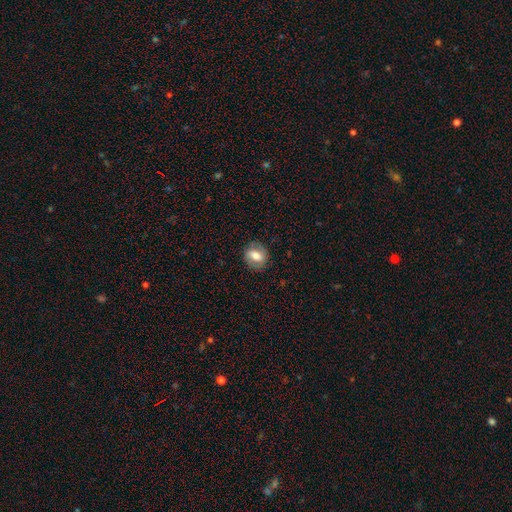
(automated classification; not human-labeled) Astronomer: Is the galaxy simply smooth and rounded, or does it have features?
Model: smooth — 55% (runner-up: featured or disk, 38%).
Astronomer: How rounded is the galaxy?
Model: round — 50% (runner-up: in between, 48%).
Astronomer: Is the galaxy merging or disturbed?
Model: none — 81%.